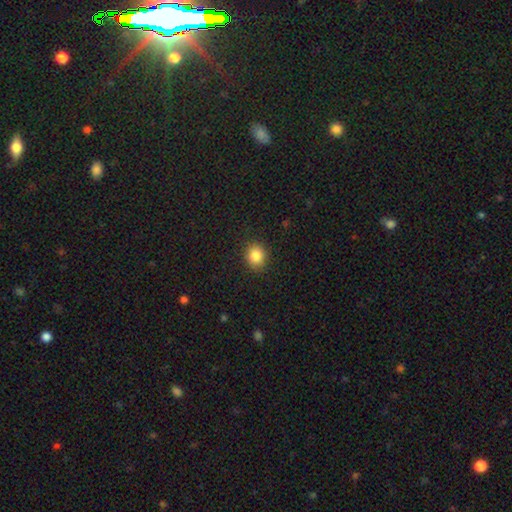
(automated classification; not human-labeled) This is clearly a smooth galaxy (85%). How rounded: likely round (74%). Merging: clearly none (89%).